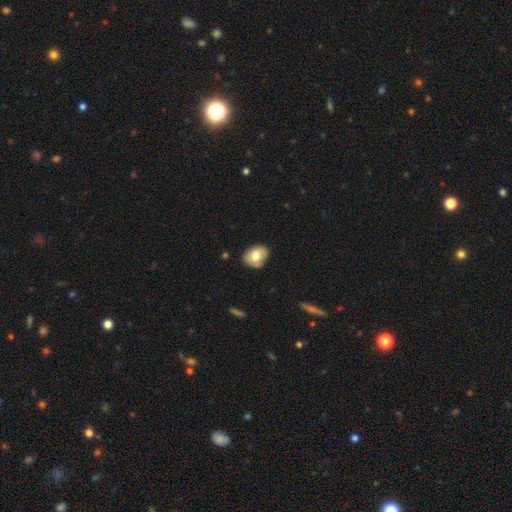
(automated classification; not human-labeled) Smooth or featured: smooth — 75% (featured or disk — 17%)
How rounded: in between — 61% (round — 38%)
Merging: none — 74% (minor disturbance — 21%)